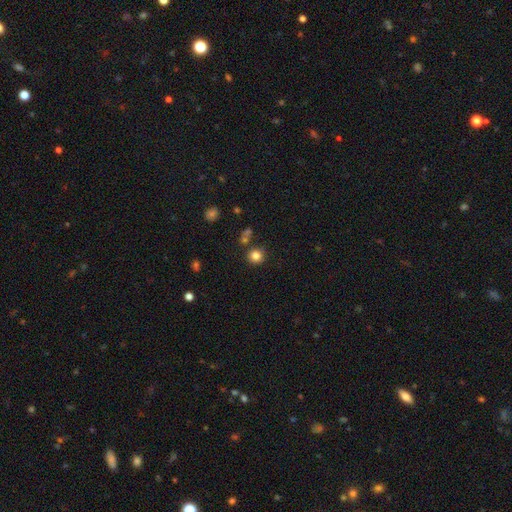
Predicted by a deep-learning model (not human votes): smooth_or_featured: smooth (p=0.82) [alt: star or artifact p=0.13]
how_rounded: round (p=0.92) [alt: in between p=0.07]
merging: none (p=0.82) [alt: minor disturbance p=0.08]